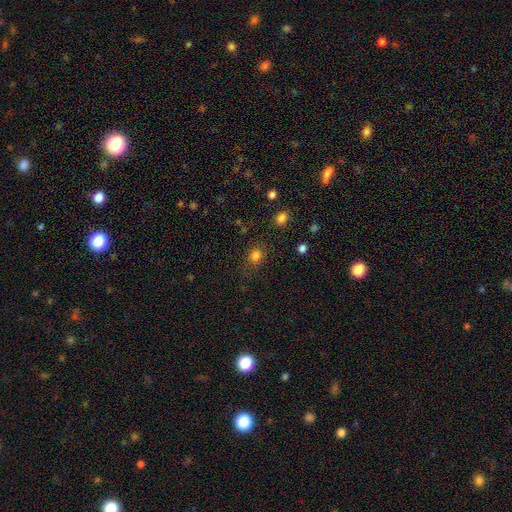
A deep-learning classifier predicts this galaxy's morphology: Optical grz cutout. It shows a smooth galaxy with no disk features (80%) that is round (67%). Merging: none (80%).